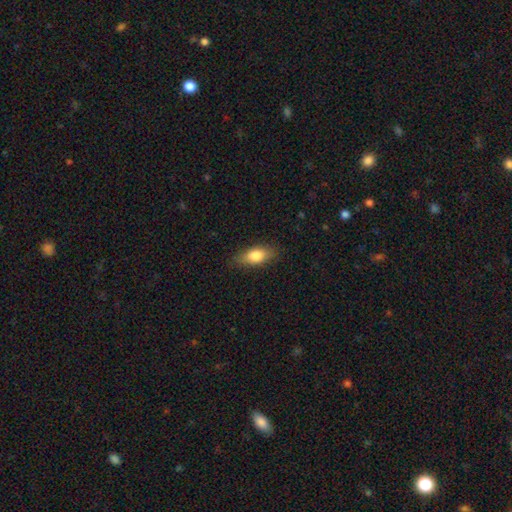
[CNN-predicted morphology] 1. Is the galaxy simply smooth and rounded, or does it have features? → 78% smooth, 15% featured or disk, 7% star or artifact.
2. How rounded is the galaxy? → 80% in between, 15% cigar-shaped, 6% round.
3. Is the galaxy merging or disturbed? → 81% none, 14% minor disturbance, 3% major disturbance, 1% merger.